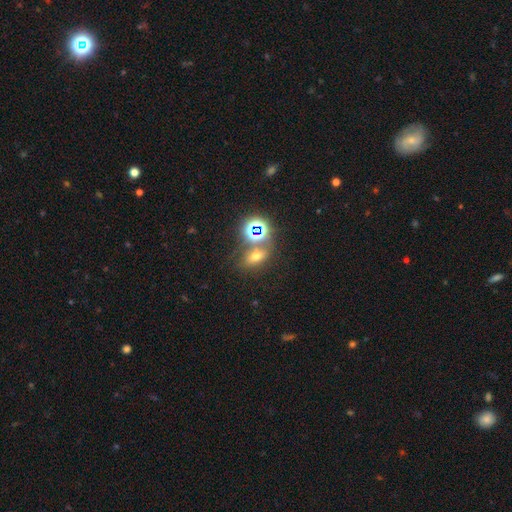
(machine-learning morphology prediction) A smooth galaxy with no disk features (51%) that is in between round and cigar-shaped (65%).

Vote fractions:
- Smooth or featured? smooth: 51% / star or artifact: 35% / featured or disk: 14%
- How rounded? in between: 65% / round: 30% / cigar-shaped: 5%
- Merging? none: 61% / merger: 23% / minor disturbance: 11% / major disturbance: 6%